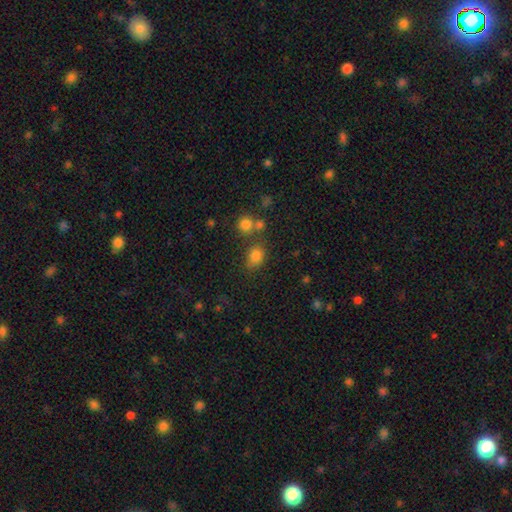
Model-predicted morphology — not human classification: smooth-or-featured: smooth: 80% | star or artifact: 14% | featured or disk: 6%
  how-rounded: round: 54% | in between: 45% | cigar-shaped: 1%
  merging: none: 62% | minor disturbance: 17% | merger: 14% | major disturbance: 7%